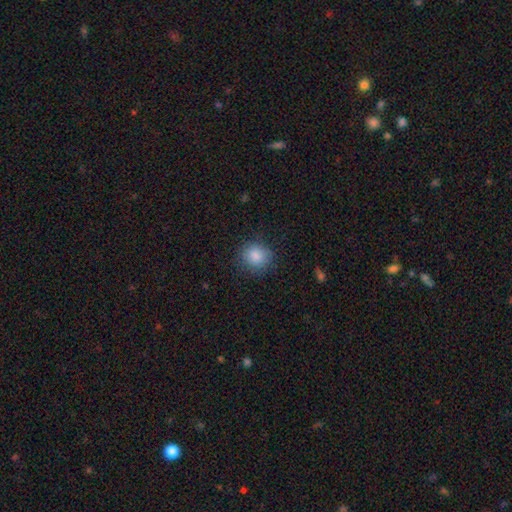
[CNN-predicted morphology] A smooth galaxy with no disk features (86%) that is round (82%).

Vote fractions:
- Smooth or featured? smooth: 86% / star or artifact: 9% / featured or disk: 5%
- How rounded? round: 82% / in between: 17% / cigar-shaped: 1%
- Merging? none: 82% / minor disturbance: 13% / major disturbance: 4% / merger: 1%